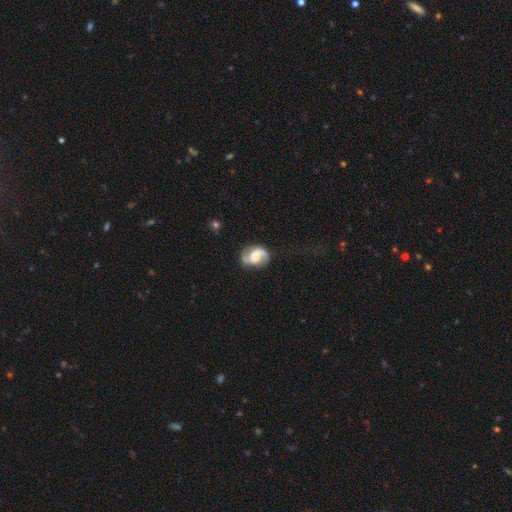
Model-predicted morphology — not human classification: Q: Smooth or featured?
A: featured or disk (71%); runner-up: smooth (22%)
Q: Edge-on disk?
A: no (98%); runner-up: yes (2%)
Q: Bar?
A: no (48%); runner-up: weak (40%)
Q: Spiral arms?
A: yes (93%); runner-up: no (7%)
Q: Spiral winding?
A: medium (44%); runner-up: loose (39%)
Q: Spiral arm count?
A: 2 (88%); runner-up: can't tell (5%)
Q: Bulge size?
A: moderate (36%); runner-up: small (23%)
Q: Merging?
A: none (71%); runner-up: minor disturbance (19%)